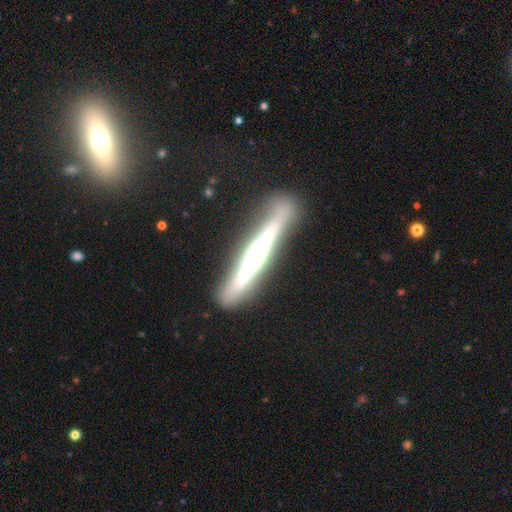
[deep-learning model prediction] This is likely a featured or disk galaxy (73%). It is clearly viewed edge-on (94%). Edge-on bulge: possibly rounded (50%). Merging: clearly none (83%).